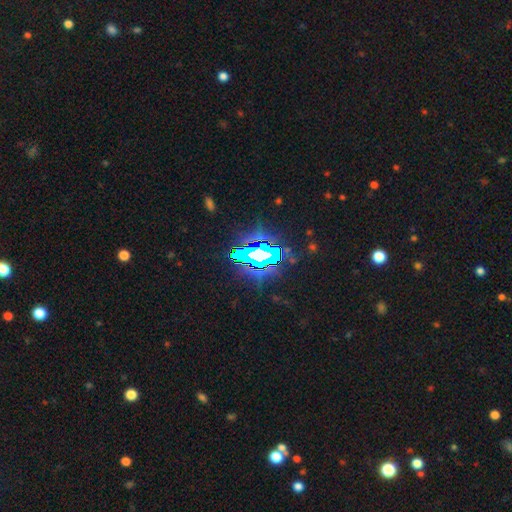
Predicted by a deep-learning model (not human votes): The model was most divided on "smooth or featured": star or artifact: 74%, featured or disk: 13%, smooth: 12%.